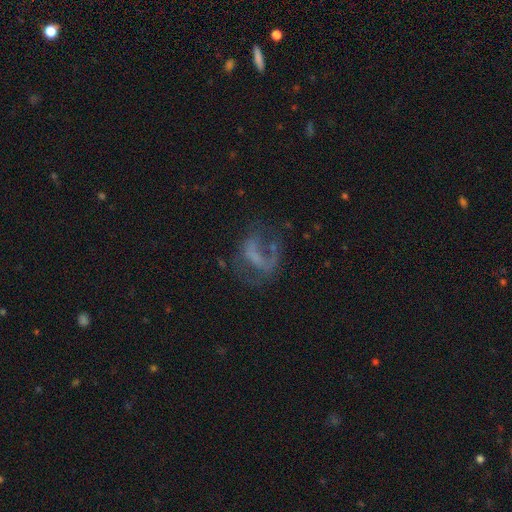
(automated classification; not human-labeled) A featured or disk galaxy (58%) with no bar (55%), no spiral arms (53%) and no central bulge (65%).

Vote fractions:
- Smooth or featured? featured or disk: 58% / smooth: 25% / star or artifact: 17%
- Edge-on disk? no: 97% / yes: 3%
- Bar? no: 55% / weak: 29% / strong: 15%
- Spiral arms? no: 53% / yes: 47%
- Bulge size? none: 65% / small: 20% / moderate: 11% / large: 4% / dominant: 1%
- Merging? major disturbance: 42% / none: 36% / minor disturbance: 17% / merger: 5%